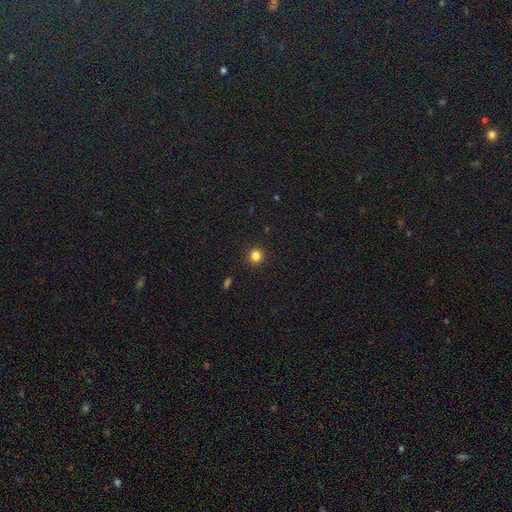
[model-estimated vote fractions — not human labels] Q: Smooth or featured?
A: smooth (83%); runner-up: star or artifact (13%)
Q: How rounded?
A: round (89%); runner-up: in between (10%)
Q: Merging?
A: none (91%); runner-up: minor disturbance (6%)